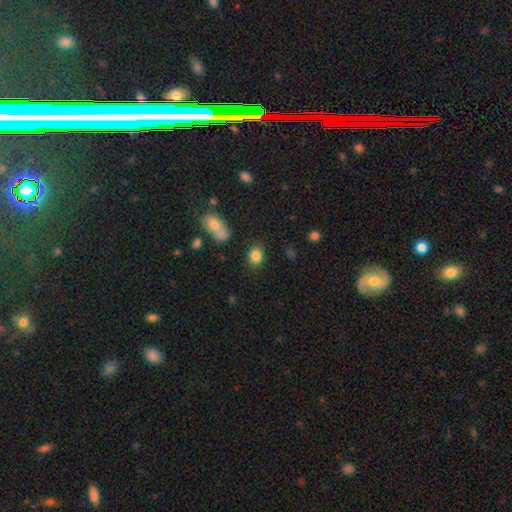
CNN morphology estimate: This is clearly a smooth galaxy (83%). How rounded: possibly in between (53%). Merging: clearly none (83%).